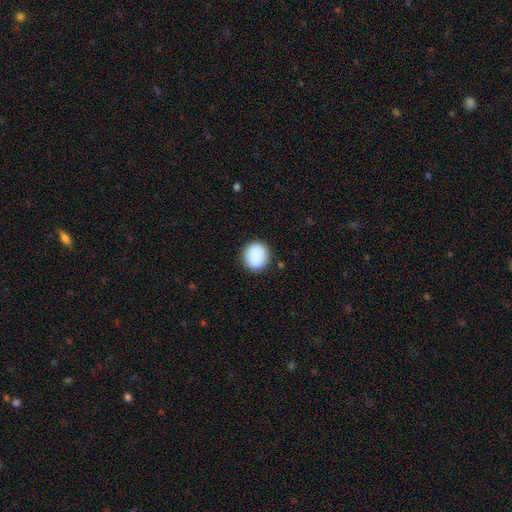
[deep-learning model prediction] Overall: smooth (89%). How rounded: round (86%). Merging: none (89%).